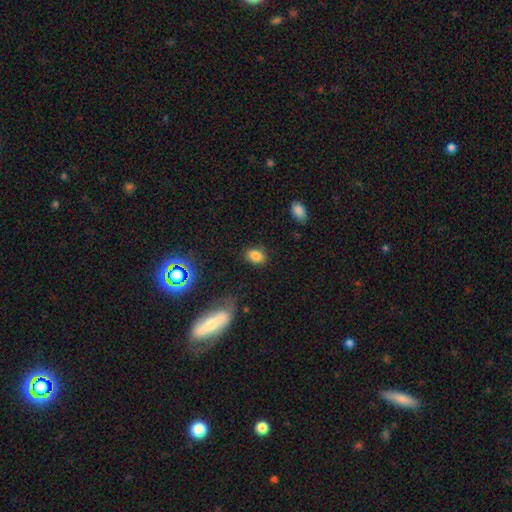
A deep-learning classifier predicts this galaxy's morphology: This appears to be a smooth galaxy with no disk features (82%) that is in between round and cigar-shaped (81%). Merging: none (83%).